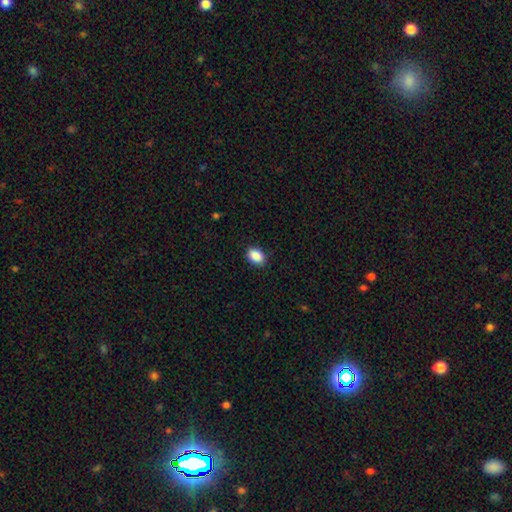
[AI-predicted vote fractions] Morphology: type=smooth (90%); roundness=in between (81%); merging=none (87%).